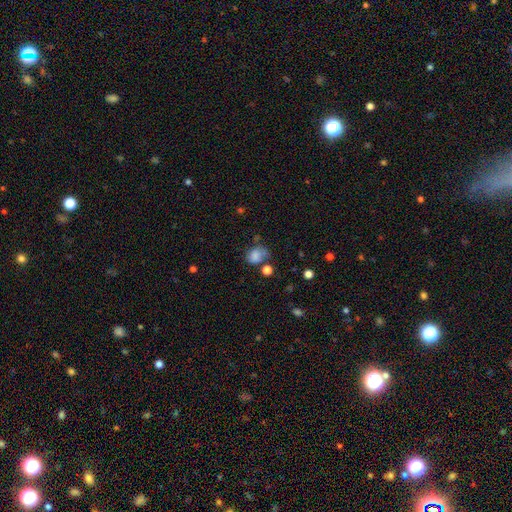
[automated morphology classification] type=smooth (74%); roundness=in between (50%); merging=none (42%).